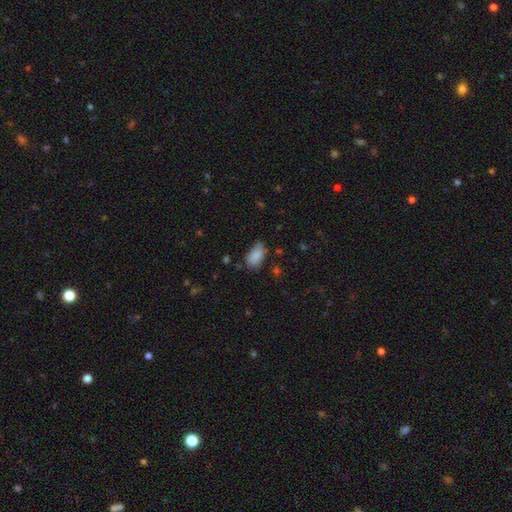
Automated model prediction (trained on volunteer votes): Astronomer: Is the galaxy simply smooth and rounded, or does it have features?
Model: smooth — 86%.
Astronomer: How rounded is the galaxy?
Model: in between — 92%.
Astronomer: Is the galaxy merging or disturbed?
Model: none — 59%.